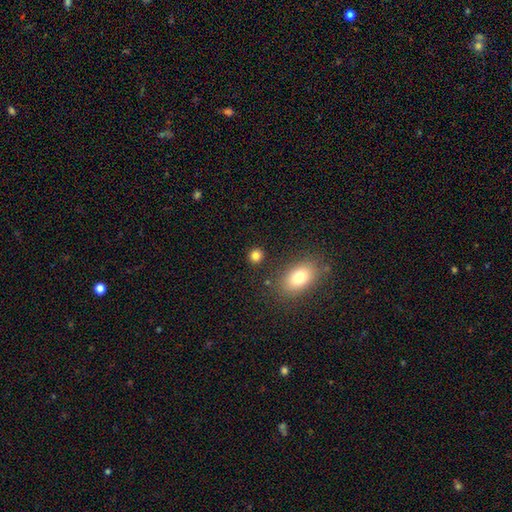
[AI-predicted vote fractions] Smooth or featured: smooth — 82% (star or artifact — 12%)
How rounded: round — 79% (in between — 19%)
Merging: none — 86% (minor disturbance — 7%)